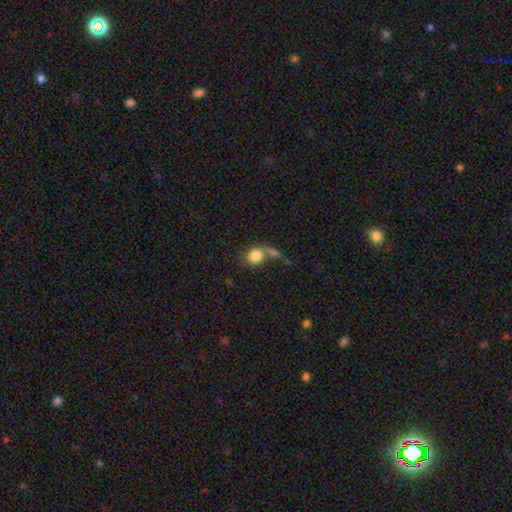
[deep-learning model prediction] The model was most divided on "merging": none: 42%, merger: 35%, minor disturbance: 12%, major disturbance: 11%. More confident: smooth or featured — smooth (82%); how rounded — round (79%).